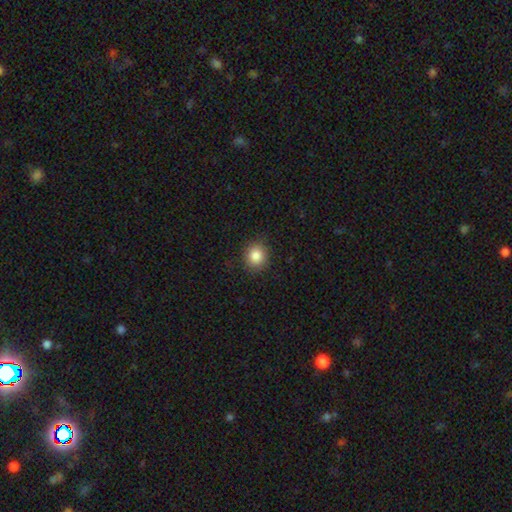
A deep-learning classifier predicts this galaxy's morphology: A smooth galaxy with no disk features (85%) that is round (81%).

Vote fractions:
- Smooth or featured? smooth: 85% / star or artifact: 10% / featured or disk: 5%
- How rounded? round: 81% / in between: 18% / cigar-shaped: 1%
- Merging? none: 89% / minor disturbance: 8% / major disturbance: 2% / merger: 1%